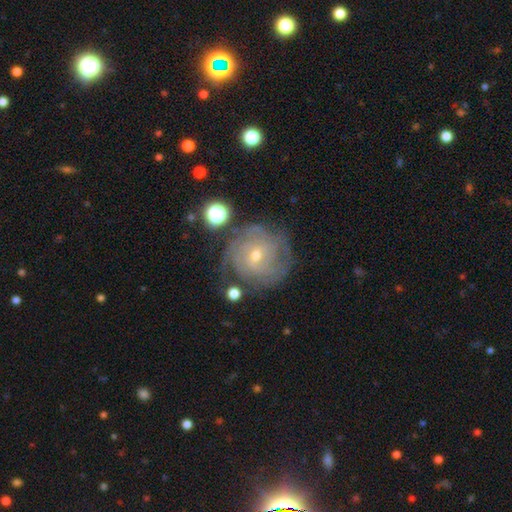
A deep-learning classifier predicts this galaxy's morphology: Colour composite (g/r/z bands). It shows a featured or disk galaxy (80%) with no bar (57%), tight (70%) spiral arms (93%) and a small central bulge (66%). Merging: none (71%).